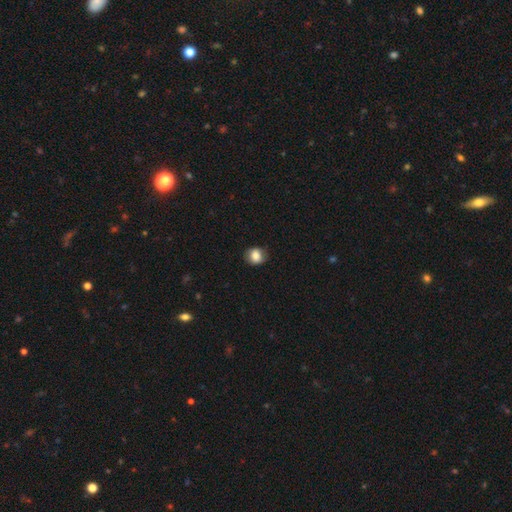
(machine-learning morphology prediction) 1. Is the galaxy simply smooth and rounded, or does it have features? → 83% smooth, 9% star or artifact, 8% featured or disk.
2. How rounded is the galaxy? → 65% round, 34% in between, 1% cigar-shaped.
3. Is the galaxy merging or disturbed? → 80% none, 16% minor disturbance, 4% major disturbance, 1% merger.